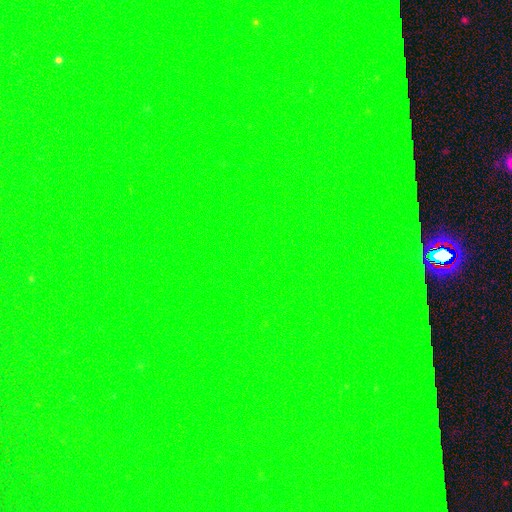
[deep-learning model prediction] smooth_or_featured: star or artifact (p=0.81) [alt: smooth p=0.11]